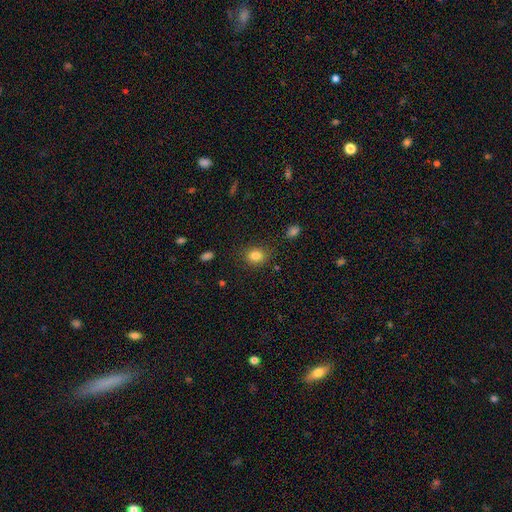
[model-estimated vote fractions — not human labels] This appears to be a smooth galaxy with no disk features (82%) that is round (62%). Merging: none (83%).